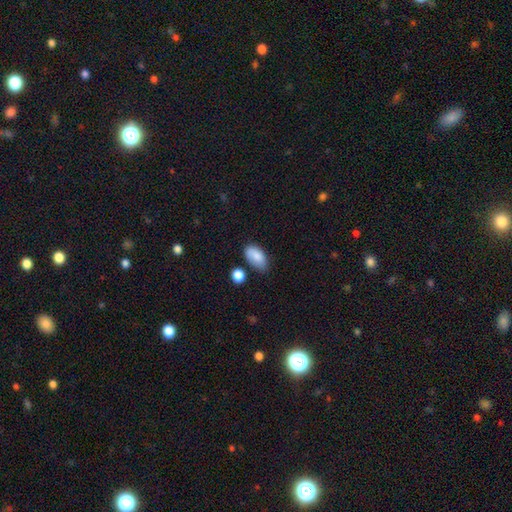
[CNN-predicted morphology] smooth-or-featured: smooth: 84% | featured or disk: 9% | star or artifact: 7%
  how-rounded: in between: 93% | round: 5% | cigar-shaped: 2%
  merging: none: 60% | minor disturbance: 28% | major disturbance: 6% | merger: 6%